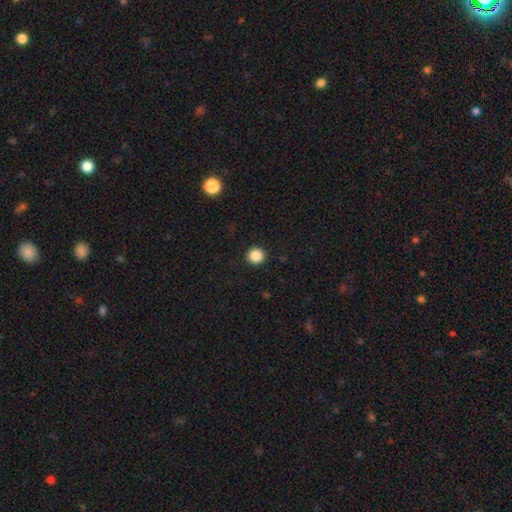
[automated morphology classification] Smooth or featured?
  - smooth: 87% *
  - star or artifact: 10%
  - featured or disk: 3%
How rounded?
  - round: 95% *
  - in between: 4%
  - cigar-shaped: 1%
Merging?
  - none: 93% *
  - minor disturbance: 4%
  - major disturbance: 2%
  - merger: 1%